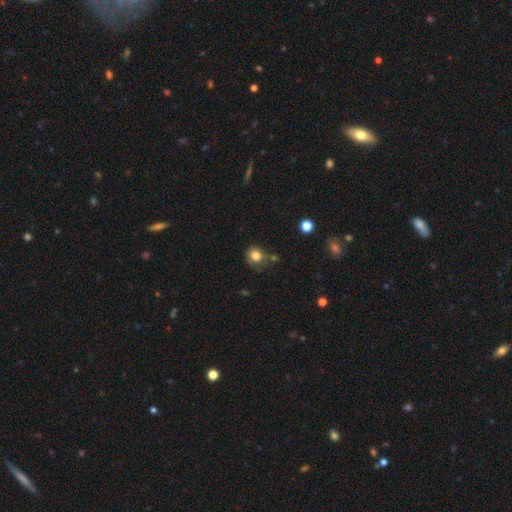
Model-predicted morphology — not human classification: smooth 80%, star or artifact 11%, featured or disk 8%. Down the decision tree: how rounded — round (81%); merging — none (62%).